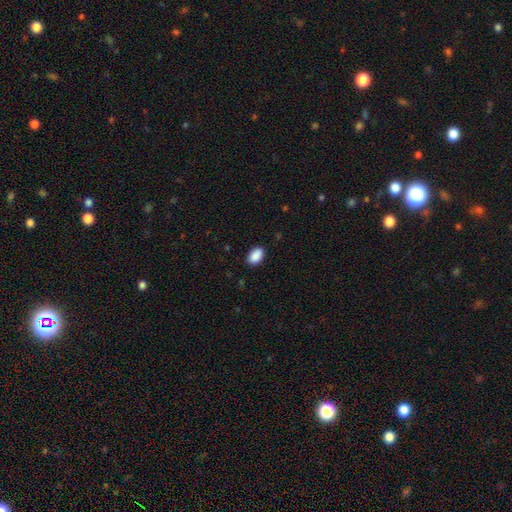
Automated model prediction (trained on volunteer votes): smooth 90%, star or artifact 7%, featured or disk 3%. Down the decision tree: how rounded — in between (91%); merging — none (87%).